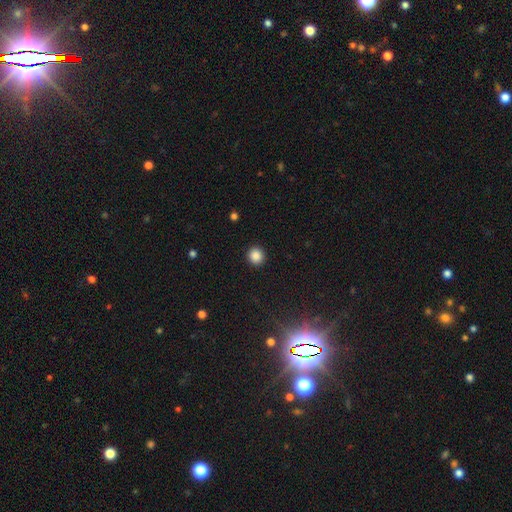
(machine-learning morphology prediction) smooth_or_featured: smooth (p=0.87) [alt: star or artifact p=0.10]
how_rounded: round (p=0.93) [alt: in between p=0.06]
merging: none (p=0.93) [alt: minor disturbance p=0.05]